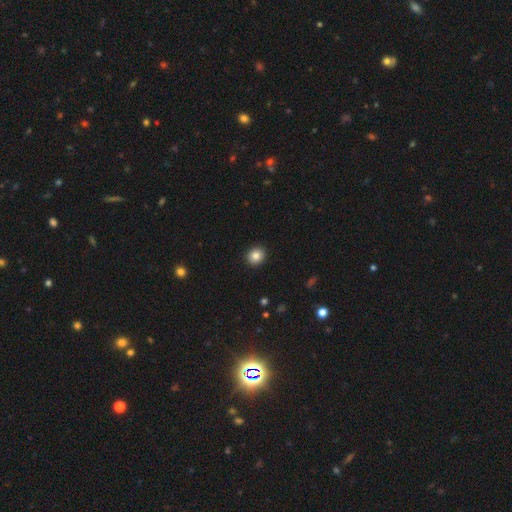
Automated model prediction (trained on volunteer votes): Morphology: type=smooth (85%); roundness=round (83%); merging=none (92%).